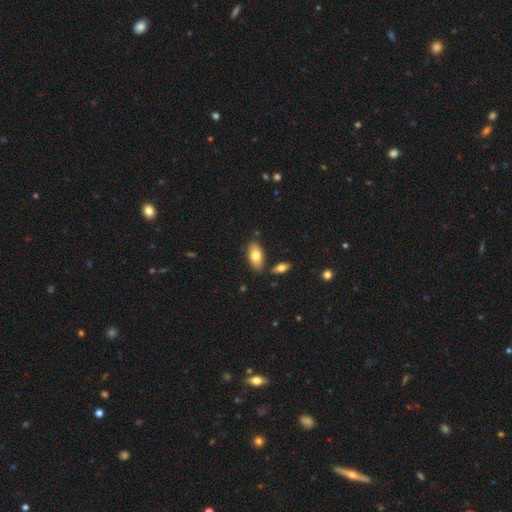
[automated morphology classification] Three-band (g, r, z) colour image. It shows a smooth galaxy with no disk features (76%) that is in between round and cigar-shaped (91%). Merging: none (82%).